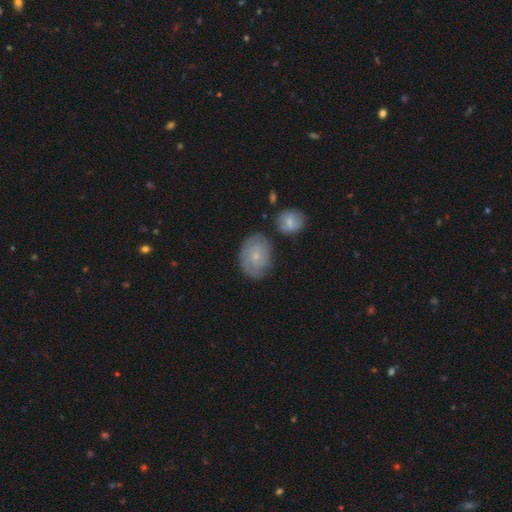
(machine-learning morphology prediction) smooth_or_featured: smooth (p=0.51) [alt: featured or disk p=0.42]
how_rounded: in between (p=0.70) [alt: round p=0.29]
merging: none (p=0.67) [alt: minor disturbance p=0.19]